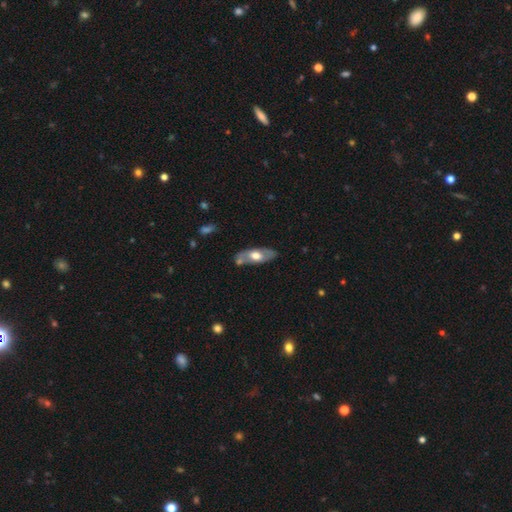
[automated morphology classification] The model was most divided on "smooth or featured": featured or disk: 51%, smooth: 44%, star or artifact: 5%. More confident: merging — none (72%); edge-on disk — no (72%).